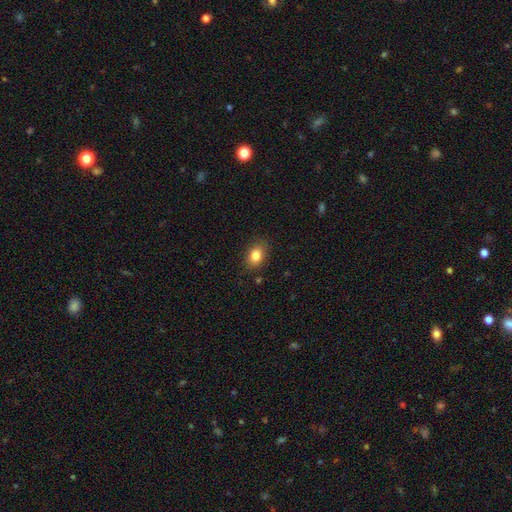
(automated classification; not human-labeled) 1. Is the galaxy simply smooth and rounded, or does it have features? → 82% smooth, 10% star or artifact, 8% featured or disk.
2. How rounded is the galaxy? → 70% in between, 29% round, 1% cigar-shaped.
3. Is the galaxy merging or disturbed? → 85% none, 11% minor disturbance, 3% major disturbance, 1% merger.